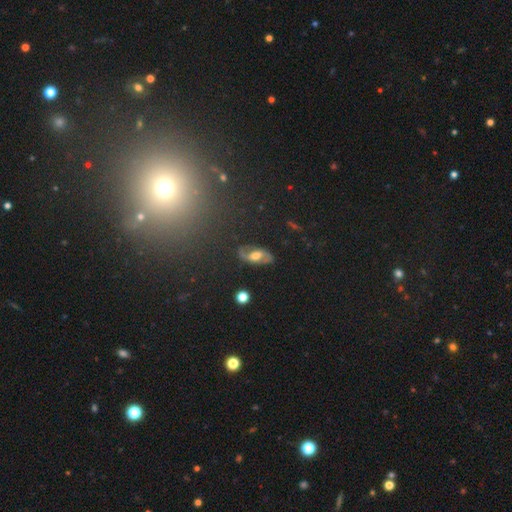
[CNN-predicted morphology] smooth_or_featured: featured or disk (p=0.65) [alt: smooth p=0.26]
disk_edge_on: no (p=0.93) [alt: yes p=0.07]
bar: no (p=0.45) [alt: weak p=0.42]
has_spiral_arms: yes (p=0.84) [alt: no p=0.16]
spiral_winding: medium (p=0.41) [tied with: loose p=0.41]
spiral_arm_count: 2 (p=0.89) [alt: can't tell p=0.06]
bulge_size: moderate (p=0.51) [alt: large p=0.33]
merging: none (p=0.78) [alt: minor disturbance p=0.14]